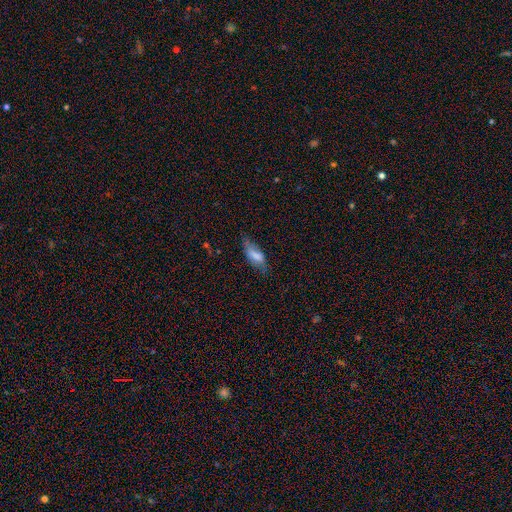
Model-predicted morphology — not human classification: A smooth galaxy with no disk features (69%) that is in between round and cigar-shaped (79%). Merging: none (49%).